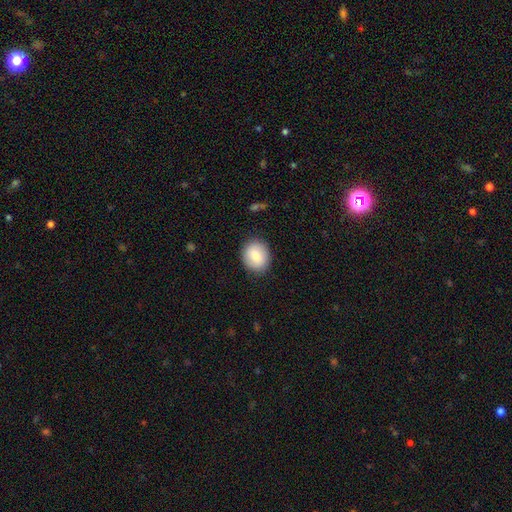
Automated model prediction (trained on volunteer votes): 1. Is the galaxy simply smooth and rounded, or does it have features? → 81% smooth, 12% featured or disk, 7% star or artifact.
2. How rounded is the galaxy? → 62% round, 37% in between, 1% cigar-shaped.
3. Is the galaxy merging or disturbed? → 86% none, 10% minor disturbance, 3% major disturbance, 1% merger.